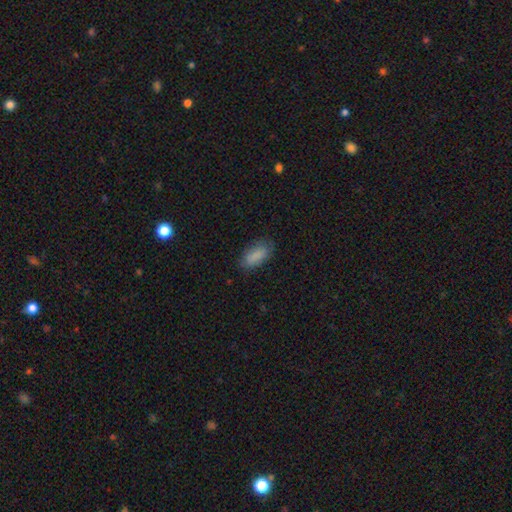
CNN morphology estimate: smooth-or-featured: smooth: 86% | star or artifact: 7% | featured or disk: 7%
  how-rounded: in between: 88% | cigar-shaped: 9% | round: 2%
  merging: none: 75% | minor disturbance: 19% | major disturbance: 5% | merger: 1%